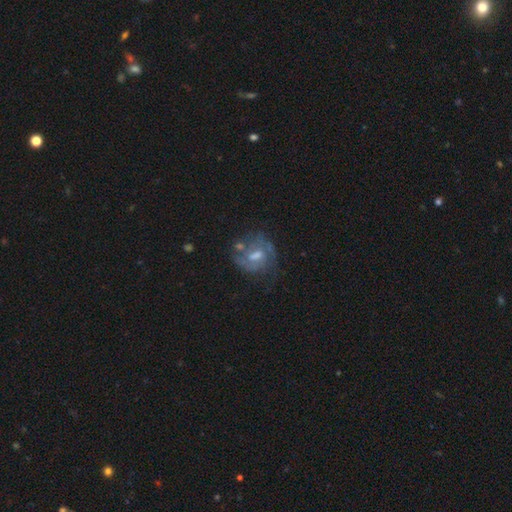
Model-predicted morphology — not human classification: featured or disk 69%, smooth 21%, star or artifact 11%. Down the decision tree: edge-on disk — no (97%); bar — weak (48%); spiral arms — yes (74%); bulge size — moderate (57%); merging — none (57%).